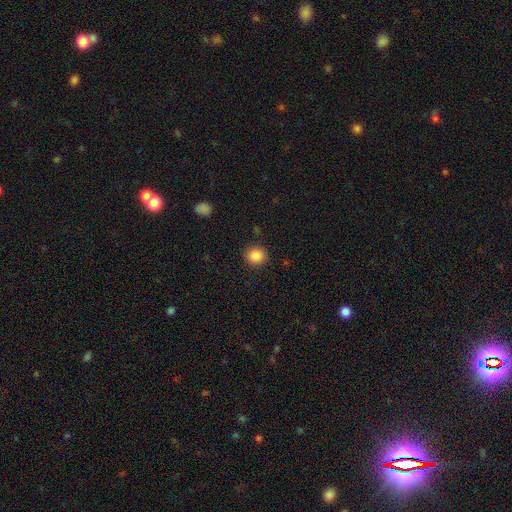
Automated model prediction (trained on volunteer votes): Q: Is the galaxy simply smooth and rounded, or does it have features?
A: smooth — 86%.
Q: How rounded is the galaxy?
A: round — 88%.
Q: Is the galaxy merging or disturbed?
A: none — 90%.